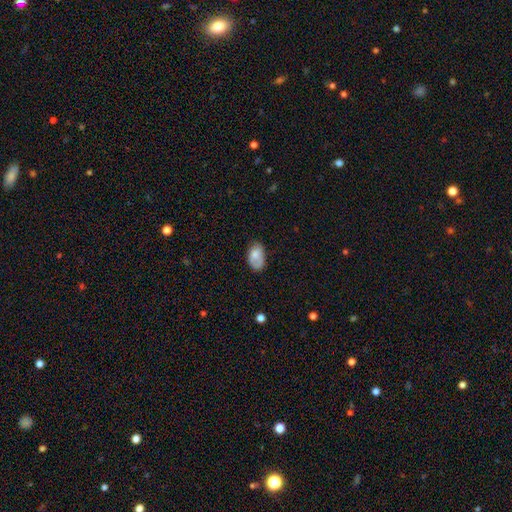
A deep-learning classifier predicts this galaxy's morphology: Smooth or featured? Predicted: smooth (p=0.76). How rounded? Predicted: in between (p=0.91). Merging? Predicted: none (p=0.58).